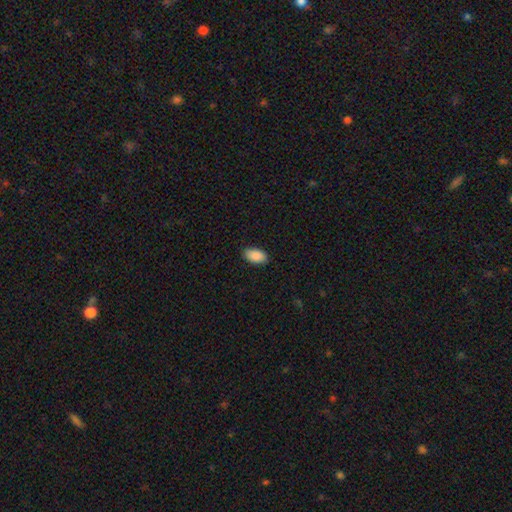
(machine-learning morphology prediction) Smooth or featured: smooth — 91% (star or artifact — 6%)
How rounded: in between — 95% (round — 3%)
Merging: none — 89% (minor disturbance — 9%)